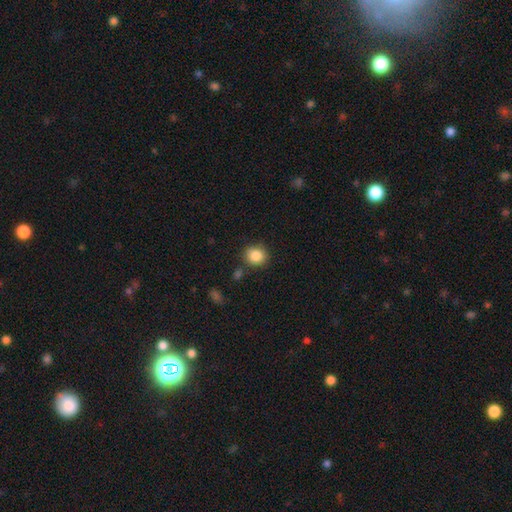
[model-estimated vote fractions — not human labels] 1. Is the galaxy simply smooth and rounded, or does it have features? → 86% smooth, 9% star or artifact, 5% featured or disk.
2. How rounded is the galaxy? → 82% round, 17% in between, 1% cigar-shaped.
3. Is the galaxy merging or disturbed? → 83% none, 10% minor disturbance, 5% merger, 3% major disturbance.